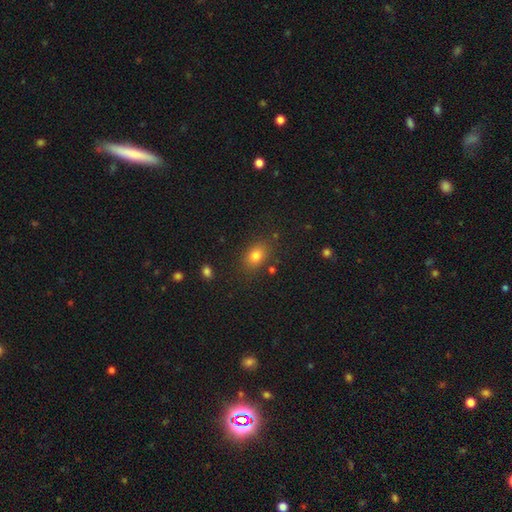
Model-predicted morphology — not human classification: This appears to be a smooth galaxy with no disk features (79%) that is in between round and cigar-shaped (72%). Merging: none (81%).